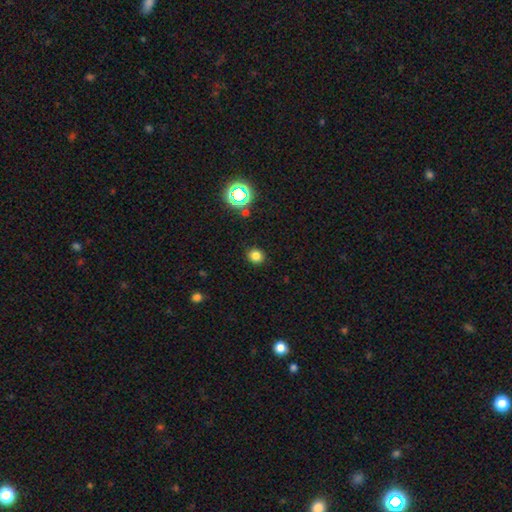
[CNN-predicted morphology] type=smooth (79%); roundness=round (82%); merging=none (90%).